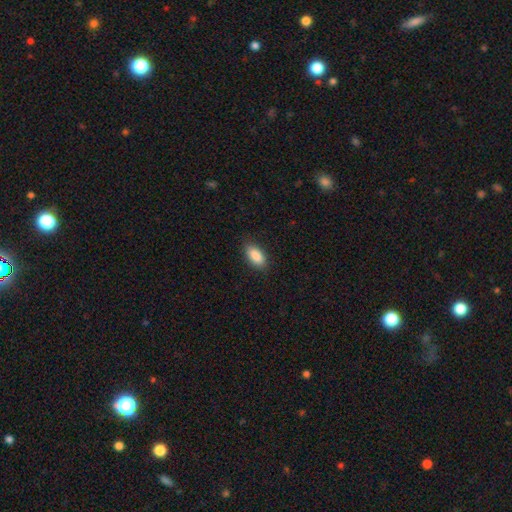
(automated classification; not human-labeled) Morphology: type=smooth (89%); roundness=in between (90%); merging=none (86%).